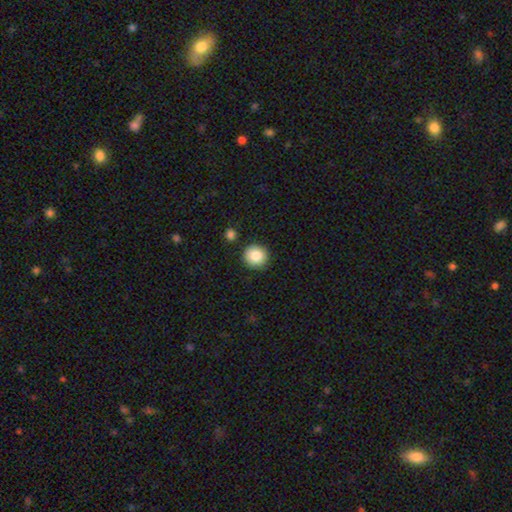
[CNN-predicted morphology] The model was most divided on "smooth or featured": smooth: 85%, star or artifact: 9%, featured or disk: 7%. More confident: how rounded — round (93%); merging — none (89%).